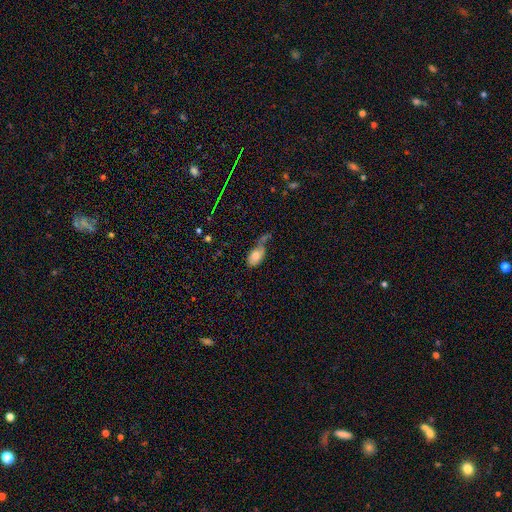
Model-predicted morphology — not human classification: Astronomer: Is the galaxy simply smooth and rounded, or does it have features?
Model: smooth — 72%.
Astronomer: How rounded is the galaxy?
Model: in between — 88%.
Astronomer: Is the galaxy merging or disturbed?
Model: major disturbance — 29% (runner-up: minor disturbance, 27%).